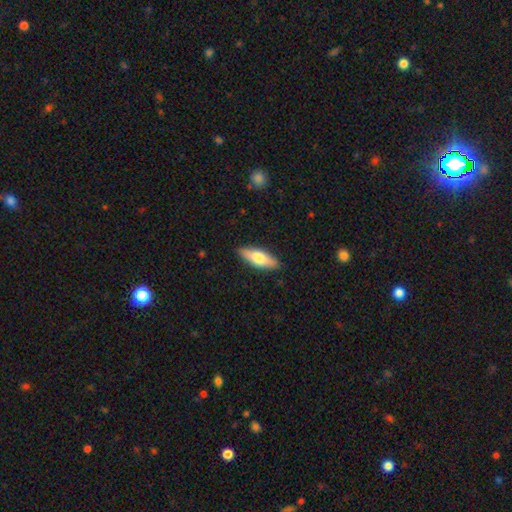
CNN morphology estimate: A smooth galaxy with no disk features (67%) that is in between round and cigar-shaped (62%). Merging: none (88%).